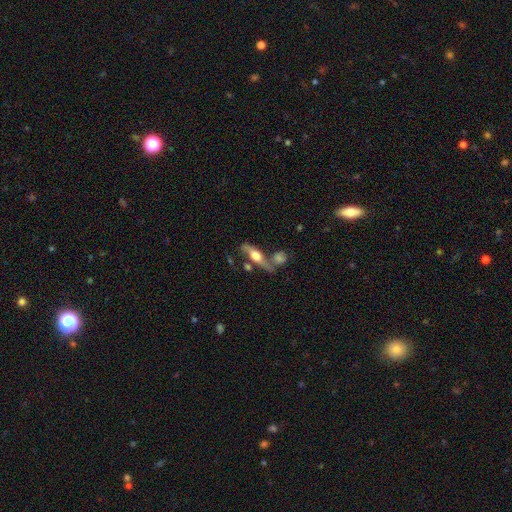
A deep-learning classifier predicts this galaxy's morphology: This appears to be a featured or disk galaxy (63%) viewed edge-on (73%). Merging: none (54%).